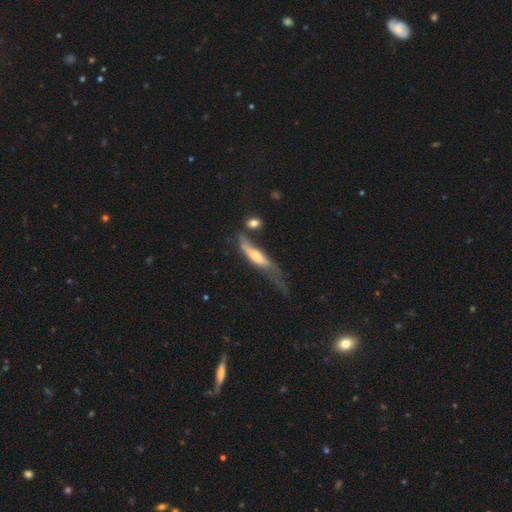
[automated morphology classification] A featured or disk galaxy (47%). Merging: major disturbance (35%).